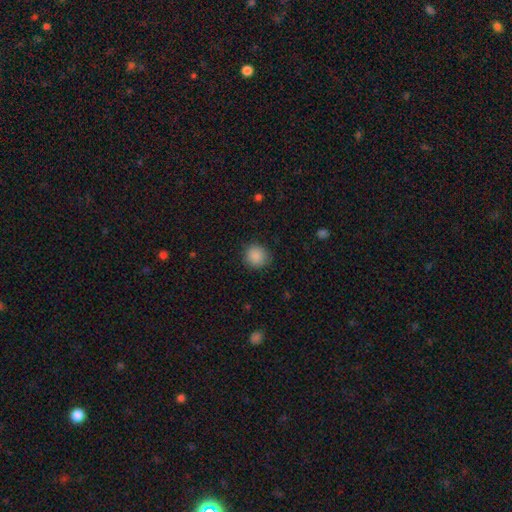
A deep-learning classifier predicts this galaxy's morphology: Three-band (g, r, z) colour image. It shows a smooth galaxy with no disk features (88%) that is round (90%). Merging: none (89%).